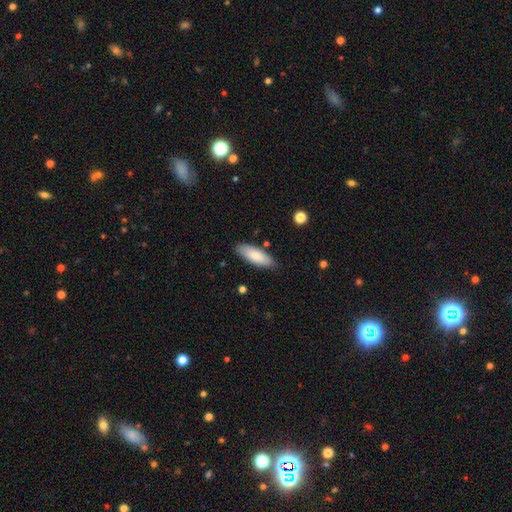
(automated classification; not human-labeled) This is clearly a smooth galaxy (81%). How rounded: likely in between (69%). Merging: clearly none (84%).